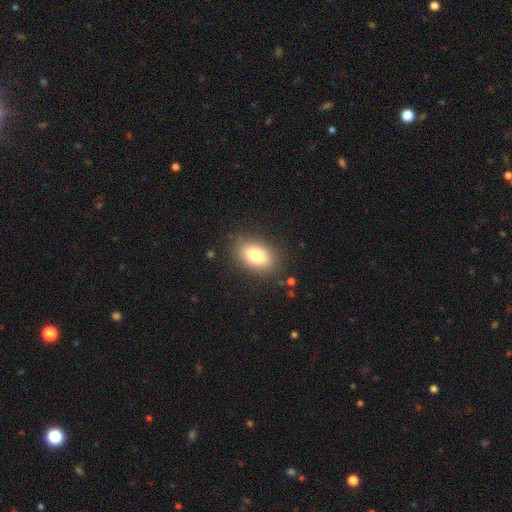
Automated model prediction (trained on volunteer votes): Morphology: type=smooth (82%); roundness=in between (88%); merging=none (85%).